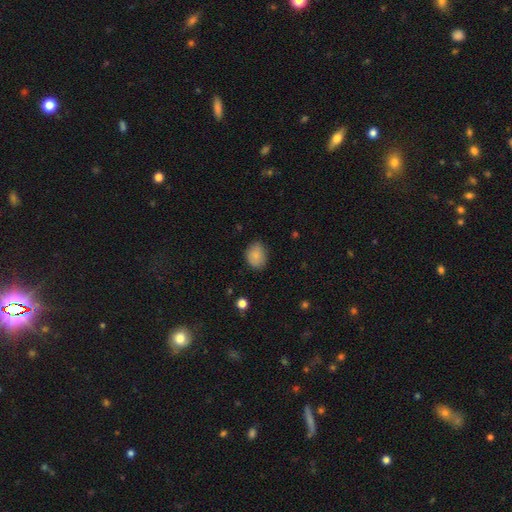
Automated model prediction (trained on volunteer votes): The model was most divided on "how rounded": in between: 59%, round: 40%, cigar-shaped: 1%. More confident: smooth or featured — smooth (84%); merging — none (77%).